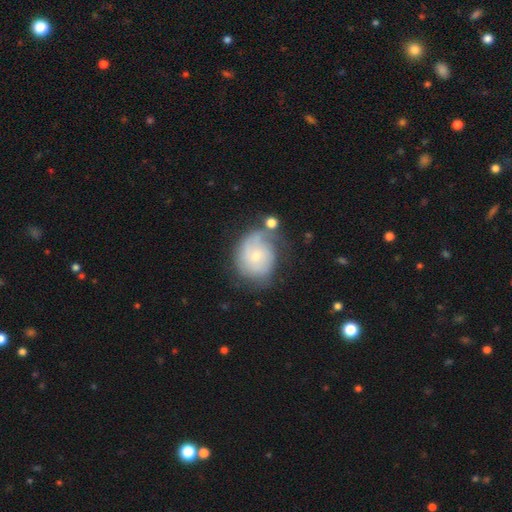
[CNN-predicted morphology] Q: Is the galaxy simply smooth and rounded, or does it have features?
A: featured or disk — 57%.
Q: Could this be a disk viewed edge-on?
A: no — 97%.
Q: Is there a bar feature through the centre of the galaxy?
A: no — 75%.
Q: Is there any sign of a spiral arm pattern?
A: yes — 80%.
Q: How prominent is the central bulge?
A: small — 63%.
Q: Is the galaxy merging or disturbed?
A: none — 46%.